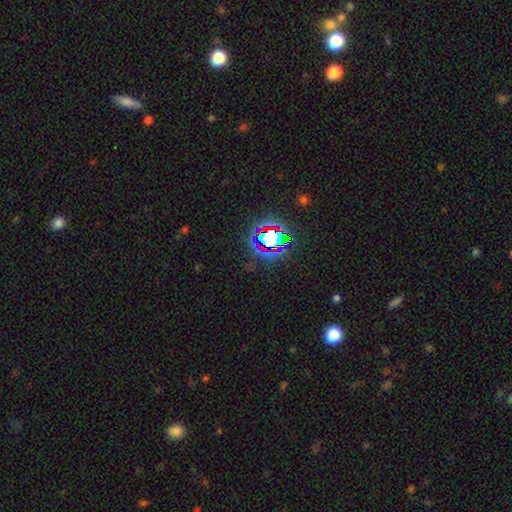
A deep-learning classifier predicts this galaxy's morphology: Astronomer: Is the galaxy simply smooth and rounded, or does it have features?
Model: star or artifact — 79%.